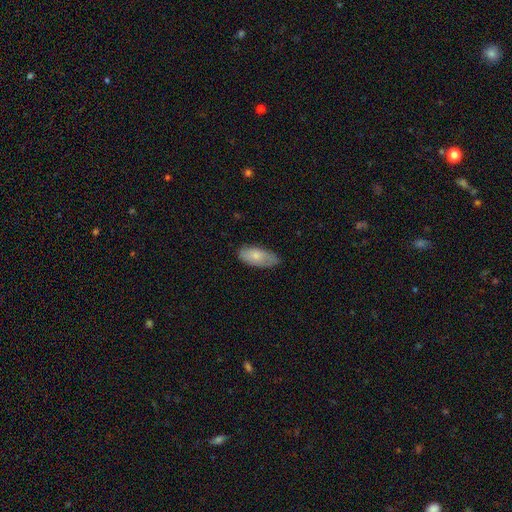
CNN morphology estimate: Smooth or featured: smooth — 72% (featured or disk — 22%)
How rounded: in between — 89% (cigar-shaped — 8%)
Merging: none — 69% (minor disturbance — 25%)